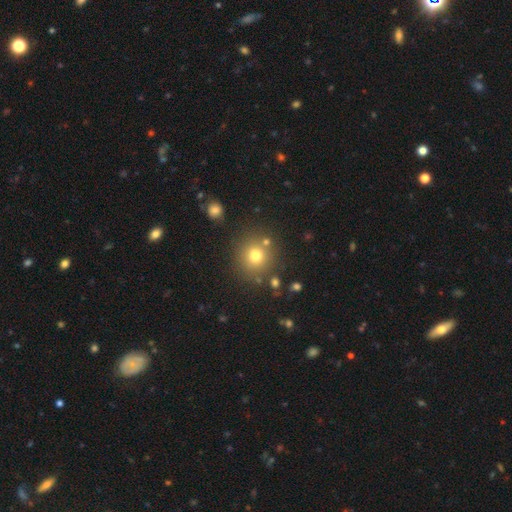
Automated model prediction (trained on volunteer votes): smooth-or-featured: smooth: 75% | star or artifact: 16% | featured or disk: 10%
  how-rounded: round: 91% | in between: 8% | cigar-shaped: 1%
  merging: none: 80% | minor disturbance: 9% | merger: 7% | major disturbance: 4%